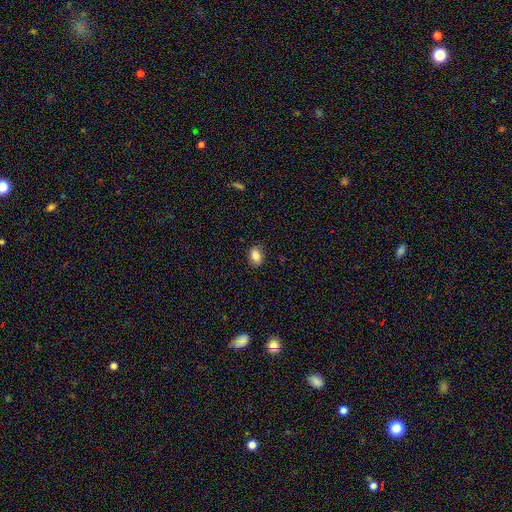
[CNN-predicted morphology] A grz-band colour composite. It shows a smooth galaxy with no disk features (84%) that is in between round and cigar-shaped (65%). Merging: none (87%).